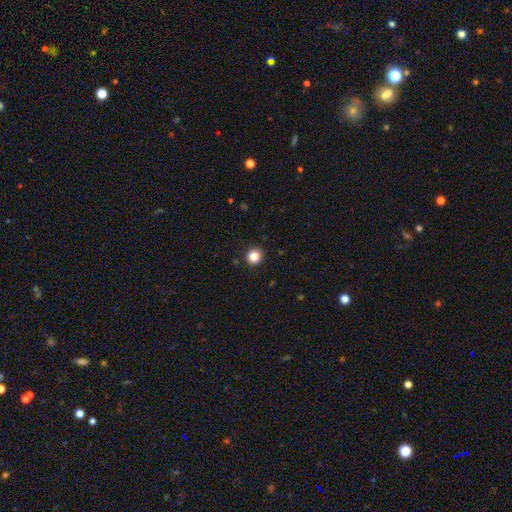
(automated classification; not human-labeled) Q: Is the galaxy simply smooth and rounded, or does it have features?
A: smooth — 85%.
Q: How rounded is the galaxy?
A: round — 92%.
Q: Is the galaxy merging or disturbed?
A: none — 92%.